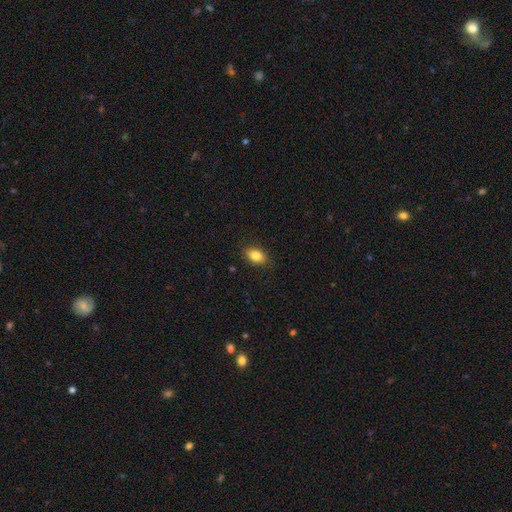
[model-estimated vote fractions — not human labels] Smooth or featured: smooth — 84% (star or artifact — 8%)
How rounded: in between — 85% (round — 13%)
Merging: none — 88% (minor disturbance — 9%)